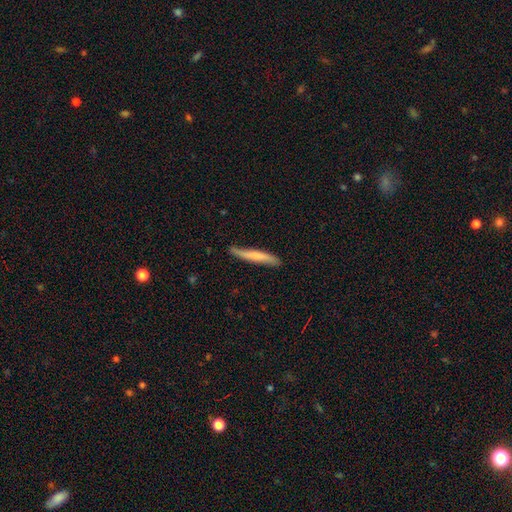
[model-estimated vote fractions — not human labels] Morphology: type=smooth (62%); roundness=cigar-shaped (94%); merging=none (72%).